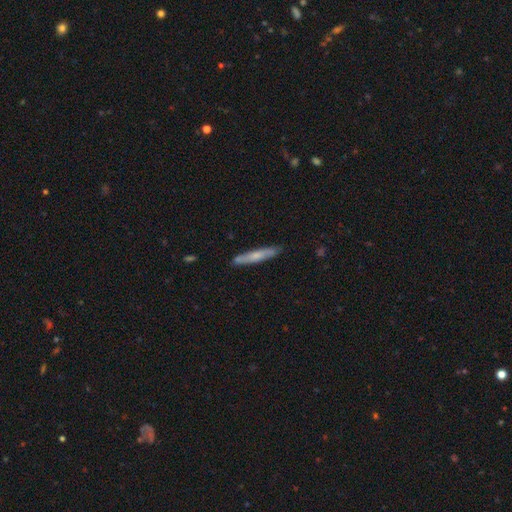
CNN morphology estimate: A smooth galaxy with no disk features (58%) that is cigar-shaped (94%). Merging: none (86%).